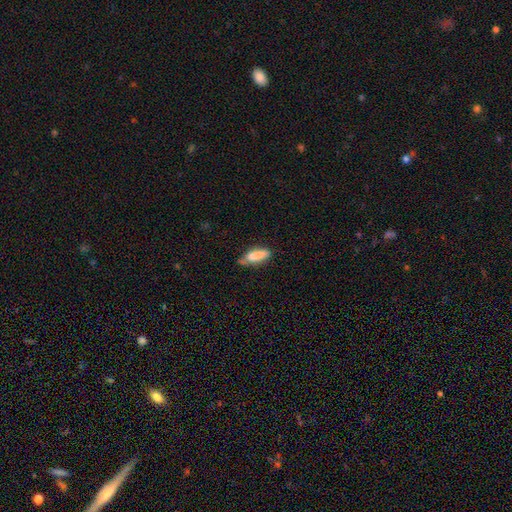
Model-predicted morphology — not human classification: Smooth or featured? Predicted: smooth (p=0.81). How rounded? Predicted: in between (p=0.55). Merging? Predicted: none (p=0.52).